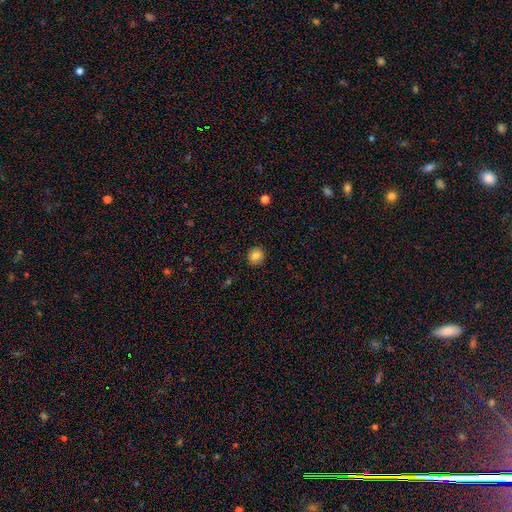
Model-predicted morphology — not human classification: This is clearly a smooth galaxy (83%). How rounded: clearly round (92%). Merging: clearly none (91%).